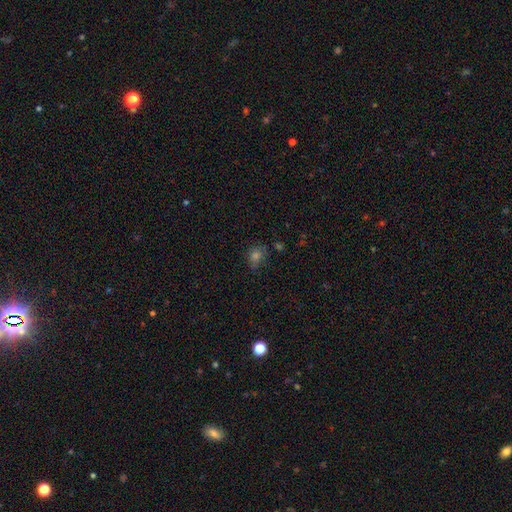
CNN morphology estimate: Smooth or featured: smooth — 61% (star or artifact — 26%)
How rounded: round — 63% (in between — 35%)
Merging: none — 67% (minor disturbance — 21%)